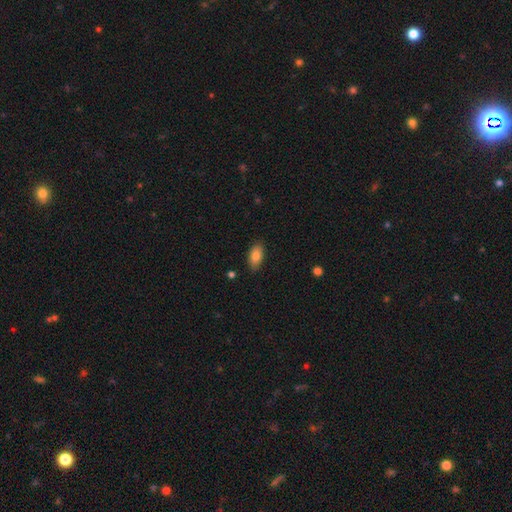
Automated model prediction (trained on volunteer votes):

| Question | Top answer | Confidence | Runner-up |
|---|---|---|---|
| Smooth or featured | smooth | 84% | featured or disk (9%) |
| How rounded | in between | 91% | cigar-shaped (6%) |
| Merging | none | 85% | minor disturbance (11%) |